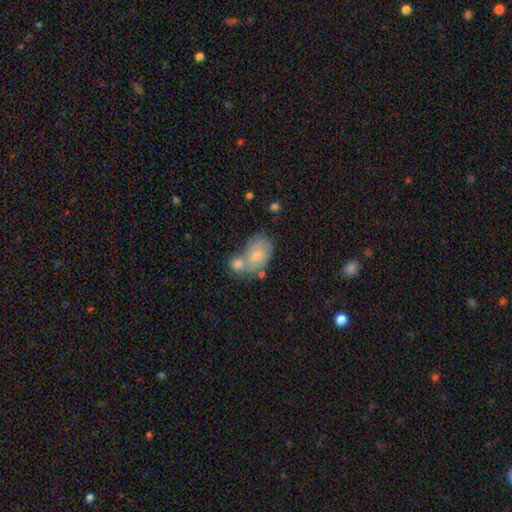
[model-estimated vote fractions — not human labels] This appears to be a smooth galaxy with no disk features (66%) that is in between round and cigar-shaped (80%). Merging: merger (45%).